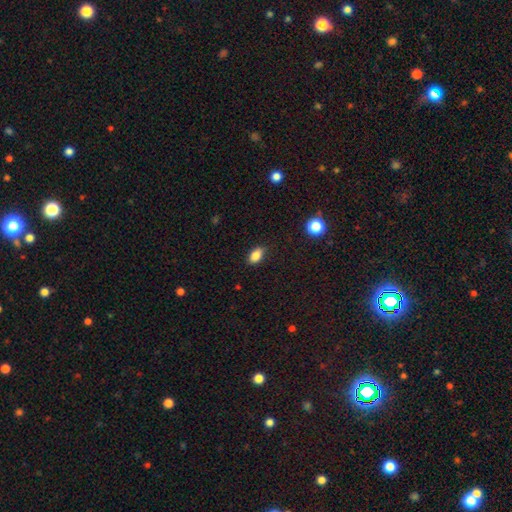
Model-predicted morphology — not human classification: smooth 85%, star or artifact 9%, featured or disk 5%. Down the decision tree: how rounded — in between (87%); merging — none (85%).